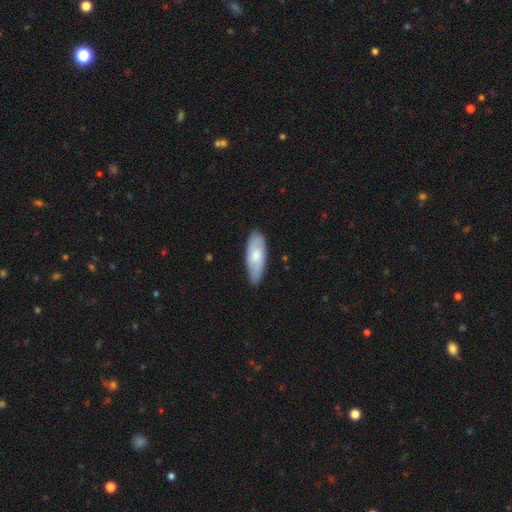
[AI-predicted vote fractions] smooth 65%, featured or disk 30%, star or artifact 5%. Down the decision tree: how rounded — in between (71%); merging — none (78%).